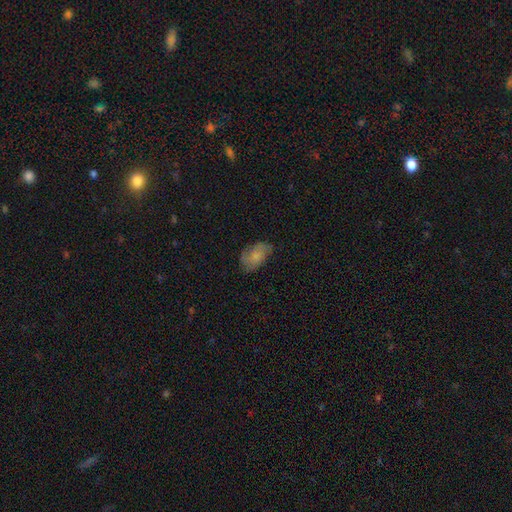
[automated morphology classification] smooth_or_featured: smooth (p=0.70) [alt: featured or disk p=0.22]
how_rounded: in between (p=0.91) [alt: round p=0.07]
merging: none (p=0.67) [alt: minor disturbance p=0.24]